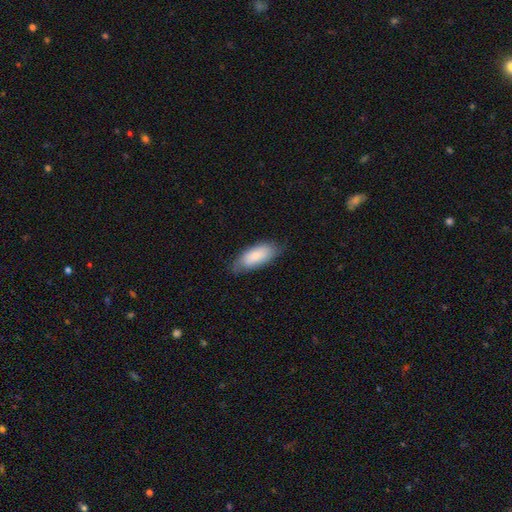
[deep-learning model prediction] Overall: smooth (79%). How rounded: in between (83%). Merging: none (72%).